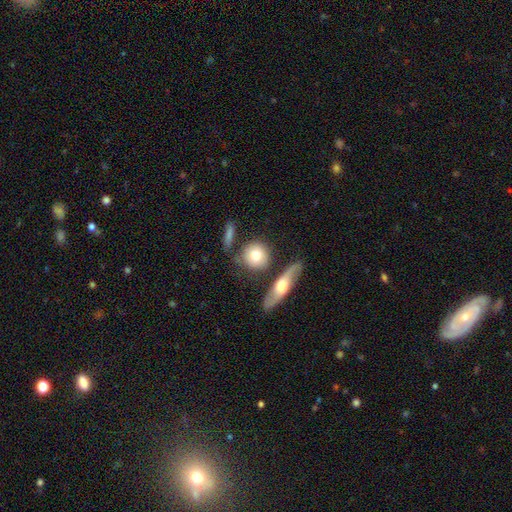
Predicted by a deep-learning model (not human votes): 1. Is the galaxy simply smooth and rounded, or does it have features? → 72% smooth, 21% featured or disk, 6% star or artifact.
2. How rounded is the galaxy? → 81% round, 15% in between, 4% cigar-shaped.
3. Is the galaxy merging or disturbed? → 71% none, 13% merger, 12% minor disturbance, 4% major disturbance.